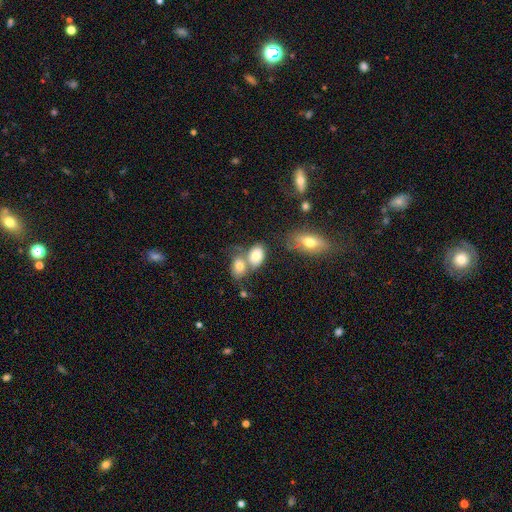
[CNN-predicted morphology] A smooth galaxy with no disk features (74%) that is in between round and cigar-shaped (83%).

Vote fractions:
- Smooth or featured? smooth: 74% / featured or disk: 17% / star or artifact: 9%
- How rounded? in between: 83% / round: 16% / cigar-shaped: 2%
- Merging? merger: 50% / none: 33% / minor disturbance: 11% / major disturbance: 6%